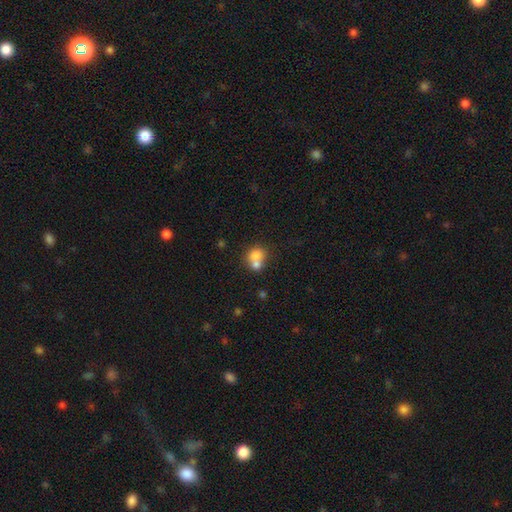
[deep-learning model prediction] A smooth galaxy with no disk features (72%) that is round (68%).

Vote fractions:
- Smooth or featured? smooth: 72% / featured or disk: 17% / star or artifact: 11%
- How rounded? round: 68% / in between: 31% / cigar-shaped: 1%
- Merging? merger: 61% / none: 29% / minor disturbance: 7% / major disturbance: 3%